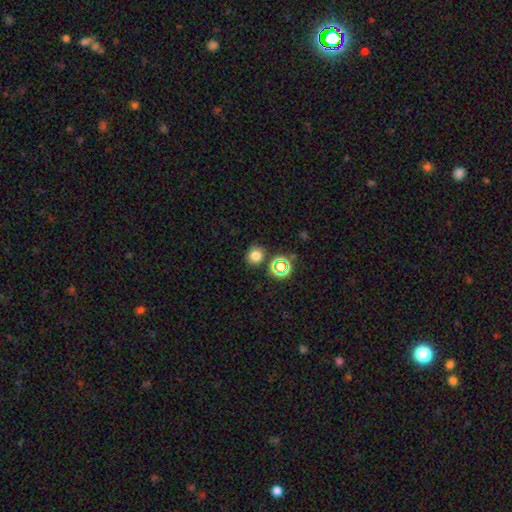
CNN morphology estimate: This is likely a smooth galaxy (74%). How rounded: clearly round (82%). Merging: clearly none (81%).